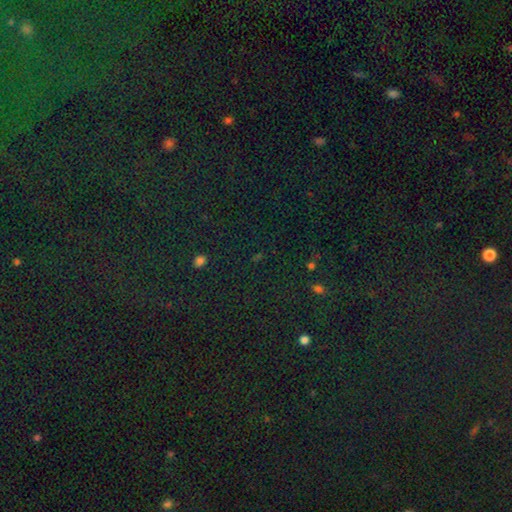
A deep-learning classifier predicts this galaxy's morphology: A star or artifact, not a galaxy (79%).